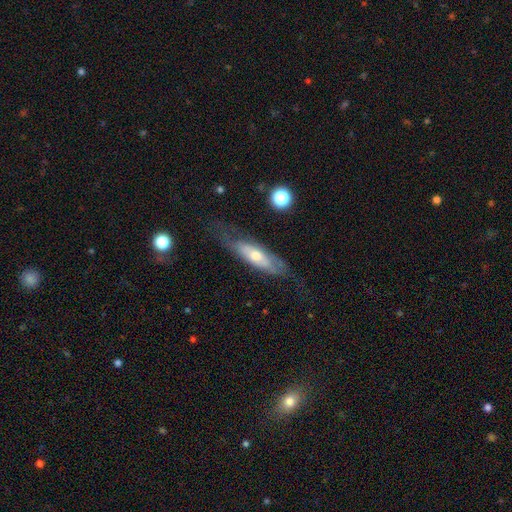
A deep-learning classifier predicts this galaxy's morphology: The model was most divided on "edge-on disk": no: 60%, yes: 40%. More confident: merging — none (63%); smooth or featured — featured or disk (60%).